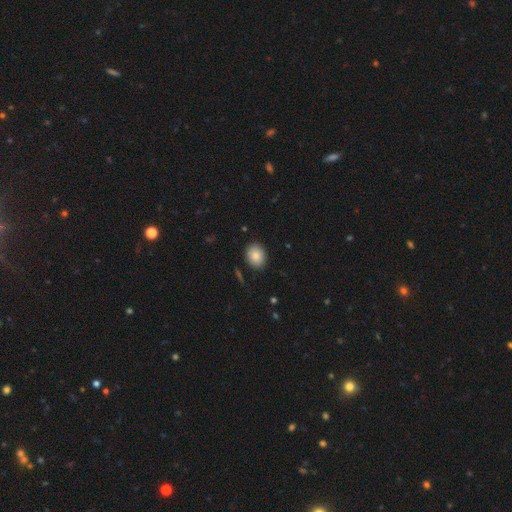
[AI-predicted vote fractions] A smooth galaxy with no disk features (85%) that is in between round and cigar-shaped (57%).

Vote fractions:
- Smooth or featured? smooth: 85% / star or artifact: 8% / featured or disk: 7%
- How rounded? in between: 57% / round: 42% / cigar-shaped: 1%
- Merging? none: 88% / minor disturbance: 9% / major disturbance: 2% / merger: 1%